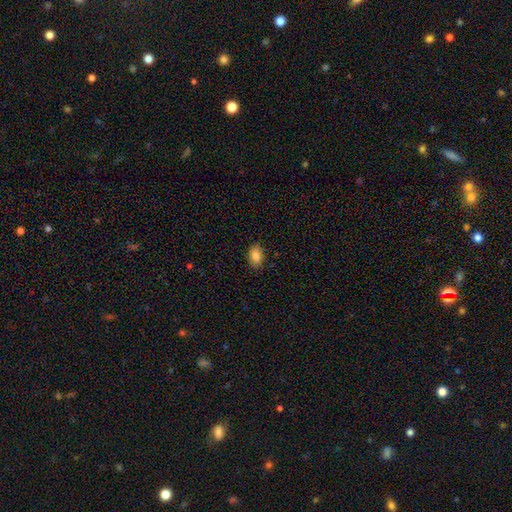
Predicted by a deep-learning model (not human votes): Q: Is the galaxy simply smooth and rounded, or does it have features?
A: smooth — 84%.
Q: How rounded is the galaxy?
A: in between — 85%.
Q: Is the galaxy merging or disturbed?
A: none — 86%.